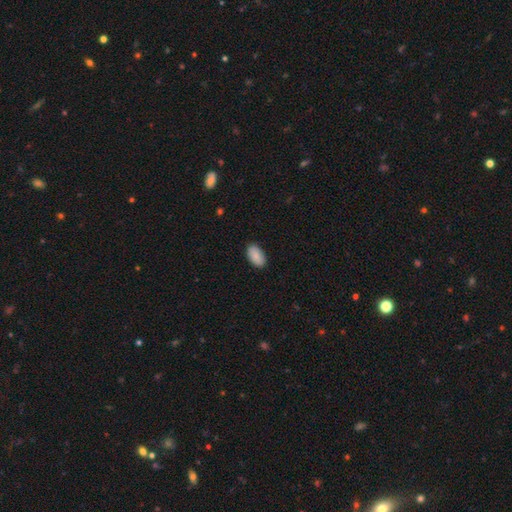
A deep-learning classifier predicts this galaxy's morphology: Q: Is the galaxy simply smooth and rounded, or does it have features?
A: smooth — 88%.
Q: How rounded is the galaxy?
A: in between — 95%.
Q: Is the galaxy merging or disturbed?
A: none — 88%.